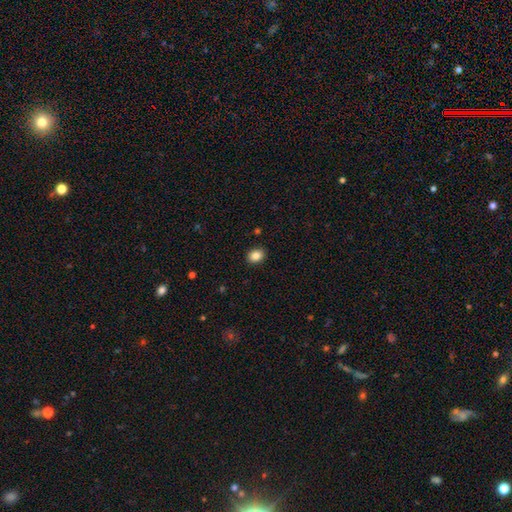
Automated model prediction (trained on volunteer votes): This is clearly a smooth galaxy (86%). How rounded: possibly in between (54%). Merging: clearly none (90%).